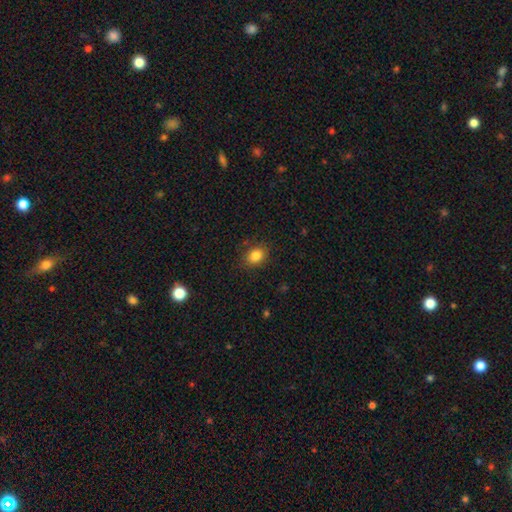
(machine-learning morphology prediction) Smooth or featured? smooth (84%)
How rounded? in between (55%)
Merging? none (85%)